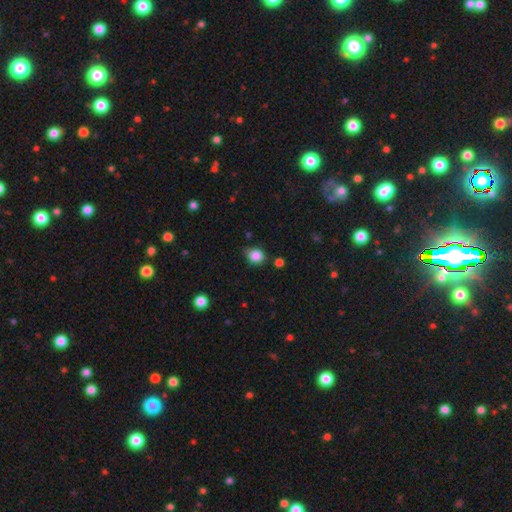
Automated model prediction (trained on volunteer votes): smooth-or-featured: smooth: 85% | star or artifact: 11% | featured or disk: 4%
  how-rounded: round: 70% | in between: 29% | cigar-shaped: 1%
  merging: none: 71% | minor disturbance: 21% | major disturbance: 4% | merger: 3%